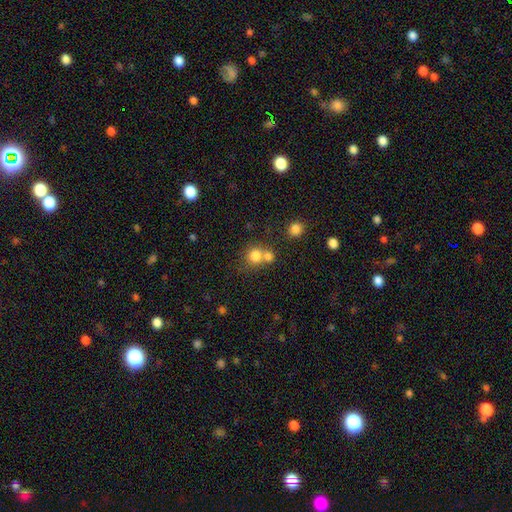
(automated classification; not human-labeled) Morphology: type=smooth (78%); roundness=round (84%); merging=merger (46%).